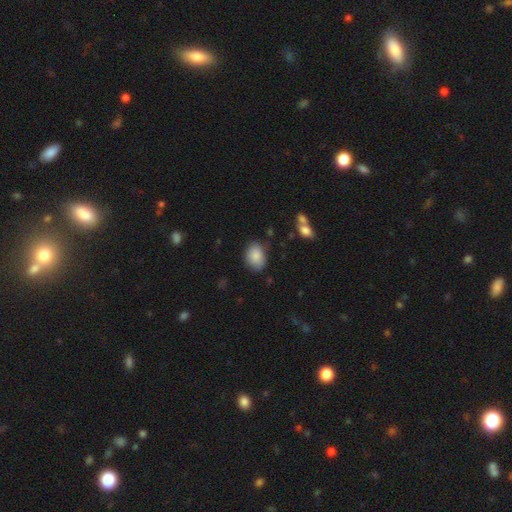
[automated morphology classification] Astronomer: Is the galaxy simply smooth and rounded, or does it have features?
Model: smooth — 87%.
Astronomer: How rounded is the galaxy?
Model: in between — 76%.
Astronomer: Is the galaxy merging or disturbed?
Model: none — 76%.